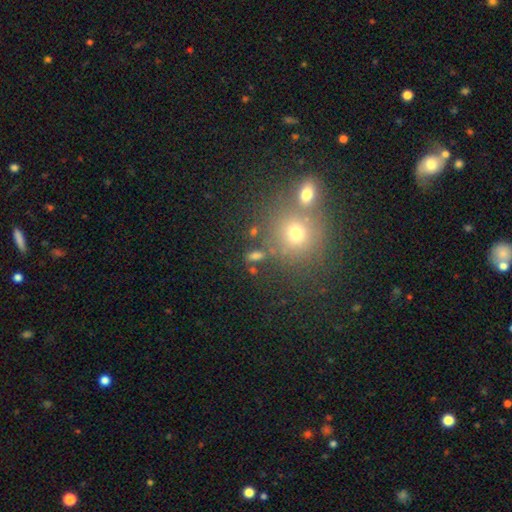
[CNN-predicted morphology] smooth-or-featured: smooth: 67% | star or artifact: 21% | featured or disk: 12%
  how-rounded: round: 51% | in between: 44% | cigar-shaped: 5%
  merging: none: 67% | merger: 17% | minor disturbance: 11% | major disturbance: 6%